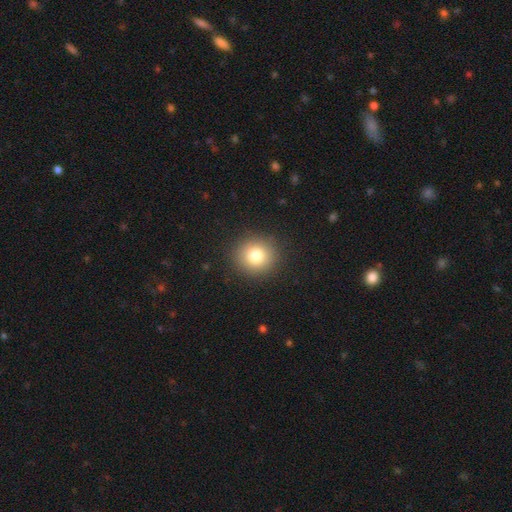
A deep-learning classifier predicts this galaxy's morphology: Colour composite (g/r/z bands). It shows a smooth galaxy with no disk features (79%) that is round (90%). Merging: none (91%).